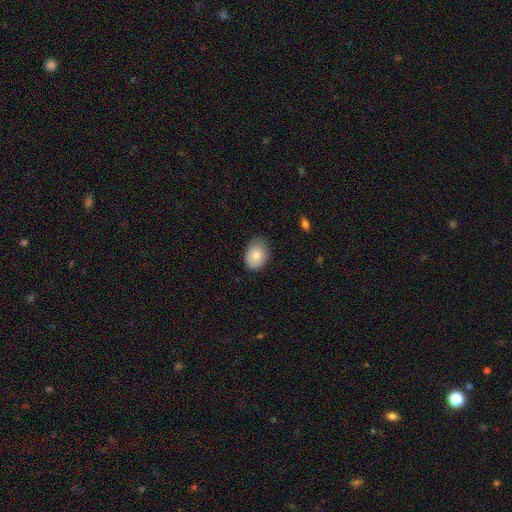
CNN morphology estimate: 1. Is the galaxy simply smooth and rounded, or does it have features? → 82% smooth, 11% featured or disk, 8% star or artifact.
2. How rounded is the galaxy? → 72% in between, 27% round, 1% cigar-shaped.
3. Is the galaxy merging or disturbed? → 73% none, 22% minor disturbance, 3% major disturbance, 1% merger.